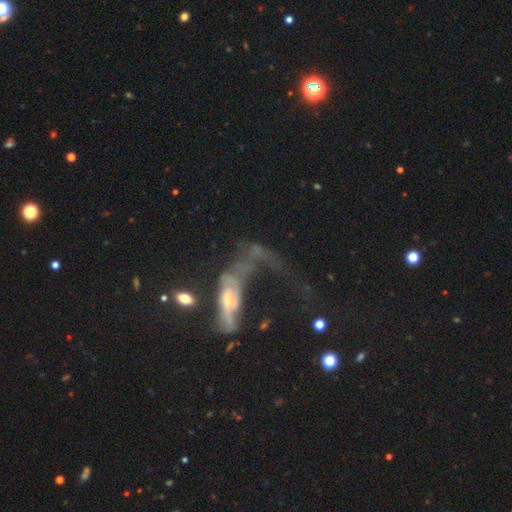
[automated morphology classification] A featured or disk galaxy (57%). Merging: major disturbance (52%).